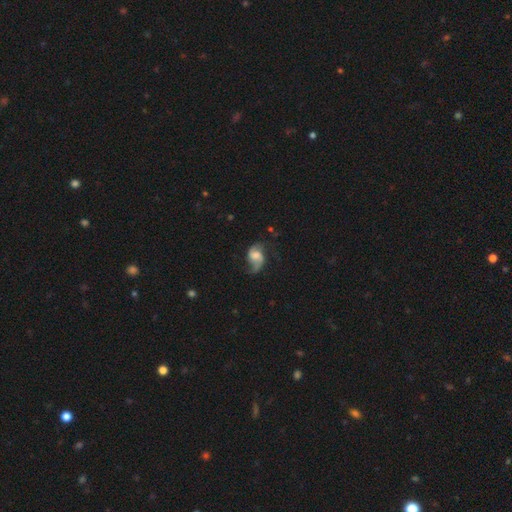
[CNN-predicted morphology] A featured or disk galaxy (74%) with no bar (49%), 2 (84%) loose (60%) spiral arms (94%) and a moderate central bulge (34%). Merging: none (59%).